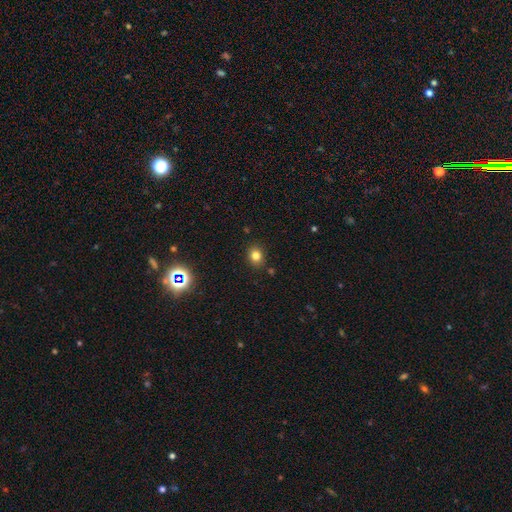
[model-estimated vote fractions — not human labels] This is likely a smooth galaxy (79%). How rounded: likely round (65%). Merging: clearly none (87%).